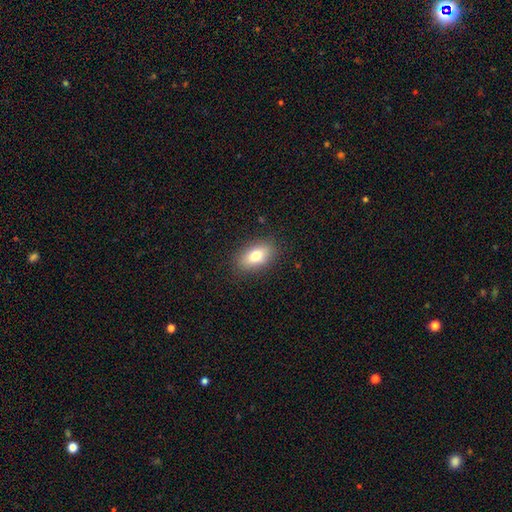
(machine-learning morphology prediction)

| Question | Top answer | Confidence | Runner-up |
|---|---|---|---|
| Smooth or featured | smooth | 76% | featured or disk (15%) |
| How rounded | in between | 87% | round (9%) |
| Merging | none | 87% | minor disturbance (10%) |